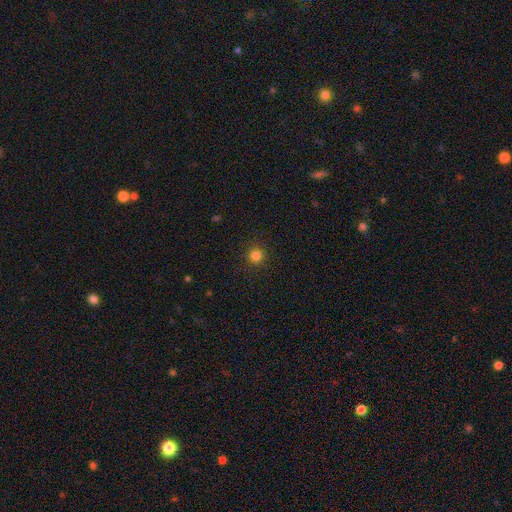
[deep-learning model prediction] This appears to be a smooth galaxy with no disk features (82%) that is round (94%). Merging: none (91%).